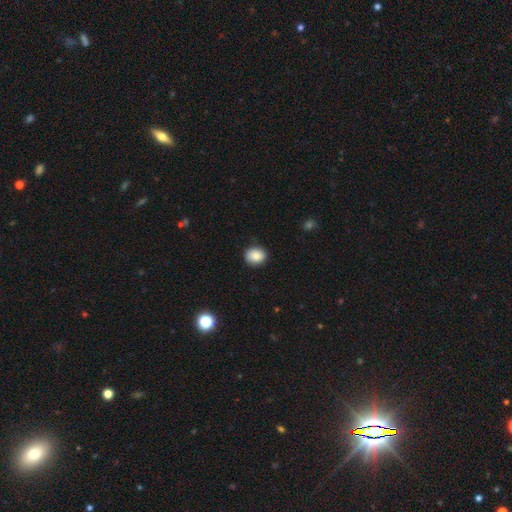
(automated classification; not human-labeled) The model was most divided on "how rounded": round: 68%, in between: 31%, cigar-shaped: 1%. More confident: merging — none (87%); smooth or featured — smooth (86%).